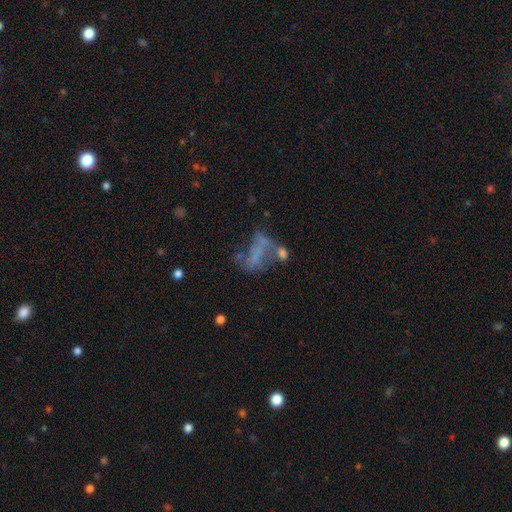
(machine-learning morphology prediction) A featured or disk galaxy (48%). Merging: major disturbance (30%).